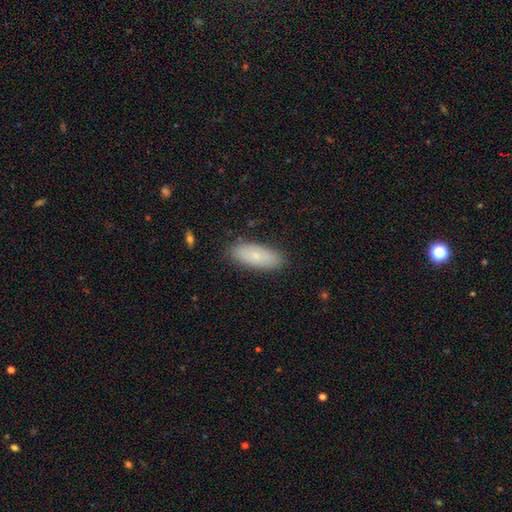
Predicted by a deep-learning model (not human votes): smooth_or_featured: smooth (p=0.76) [alt: featured or disk p=0.17]
how_rounded: in between (p=0.76) [alt: cigar-shaped p=0.21]
merging: none (p=0.86) [alt: minor disturbance p=0.10]